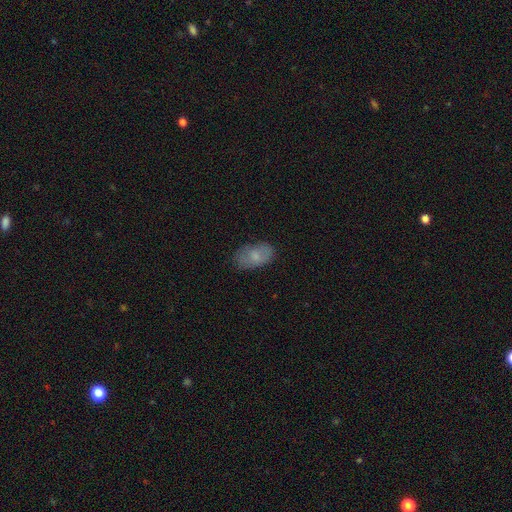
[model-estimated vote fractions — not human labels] Overall: smooth (73%). How rounded: in between (92%). Merging: none (74%).